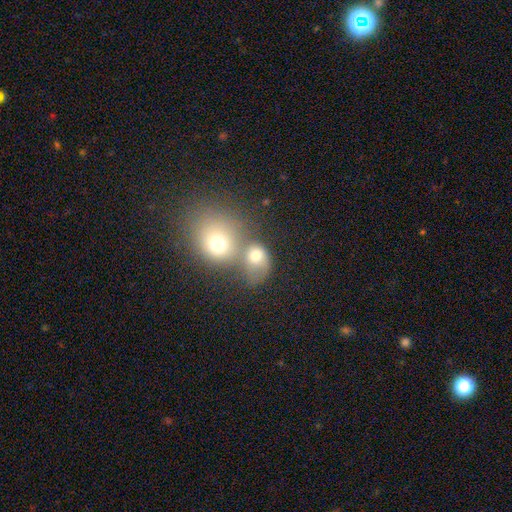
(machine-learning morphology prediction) smooth 70%, featured or disk 16%, star or artifact 14%. Down the decision tree: how rounded — round (64%); merging — merger (57%).